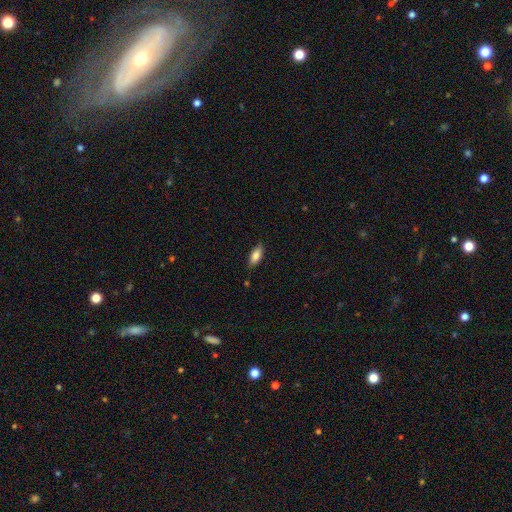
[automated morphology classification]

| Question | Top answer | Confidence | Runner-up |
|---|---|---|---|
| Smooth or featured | smooth | 83% | featured or disk (11%) |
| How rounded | in between | 84% | cigar-shaped (14%) |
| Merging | none | 82% | minor disturbance (14%) |